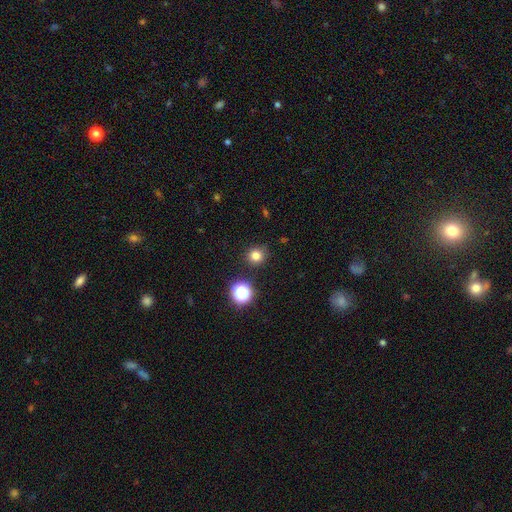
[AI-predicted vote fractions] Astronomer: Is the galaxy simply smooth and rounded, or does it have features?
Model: smooth — 79%.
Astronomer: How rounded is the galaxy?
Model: round — 91%.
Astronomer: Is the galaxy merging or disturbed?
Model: none — 88%.